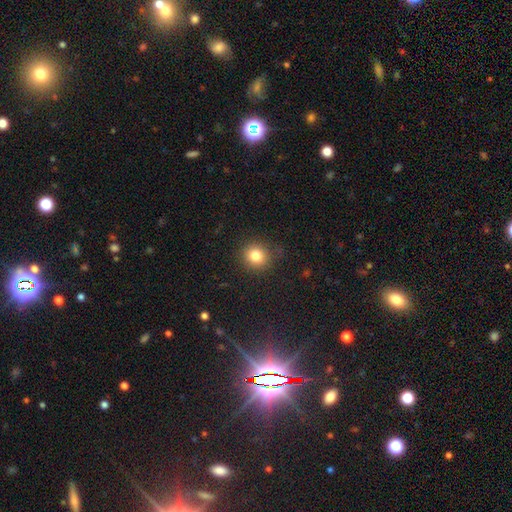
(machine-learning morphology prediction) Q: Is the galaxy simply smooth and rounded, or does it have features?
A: smooth — 81%.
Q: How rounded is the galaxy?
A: round — 88%.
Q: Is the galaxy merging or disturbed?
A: none — 85%.